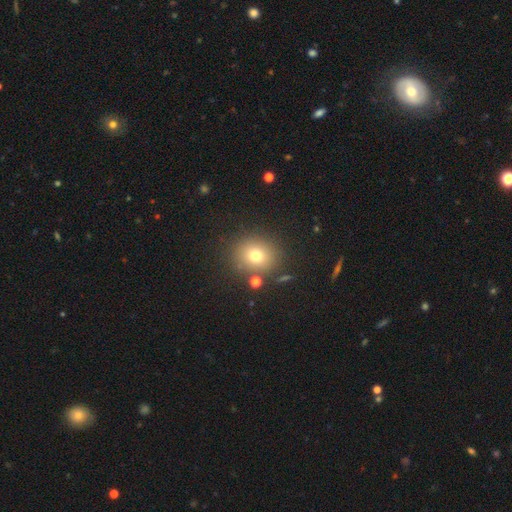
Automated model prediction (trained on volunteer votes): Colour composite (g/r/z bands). It shows a smooth galaxy with no disk features (74%) that is round (77%). Merging: none (83%).